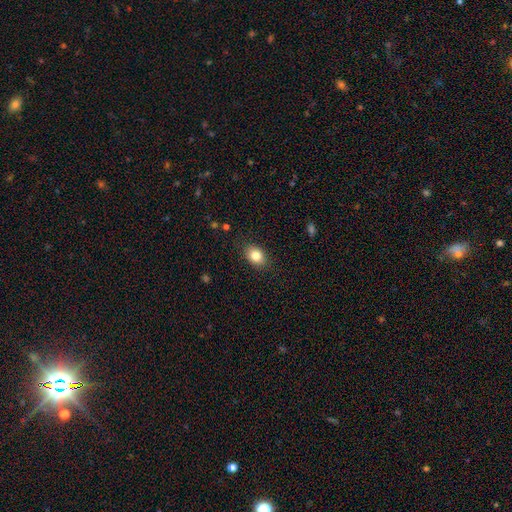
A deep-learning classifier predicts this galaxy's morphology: This is clearly a smooth galaxy (83%). How rounded: likely in between (71%). Merging: clearly none (86%).